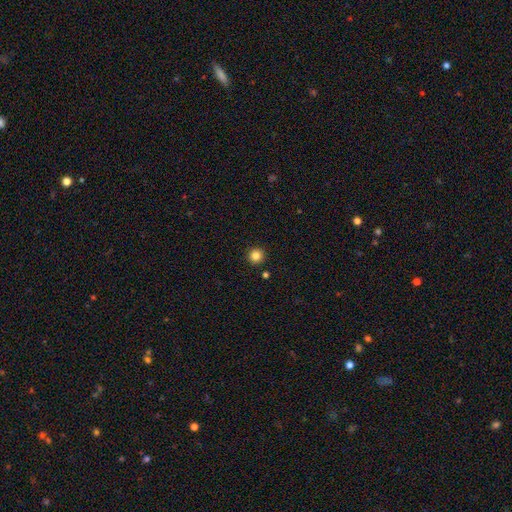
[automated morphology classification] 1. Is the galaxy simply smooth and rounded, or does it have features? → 83% smooth, 12% star or artifact, 5% featured or disk.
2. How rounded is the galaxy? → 96% round, 3% in between, 1% cigar-shaped.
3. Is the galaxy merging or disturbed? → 92% none, 4% minor disturbance, 2% merger, 1% major disturbance.